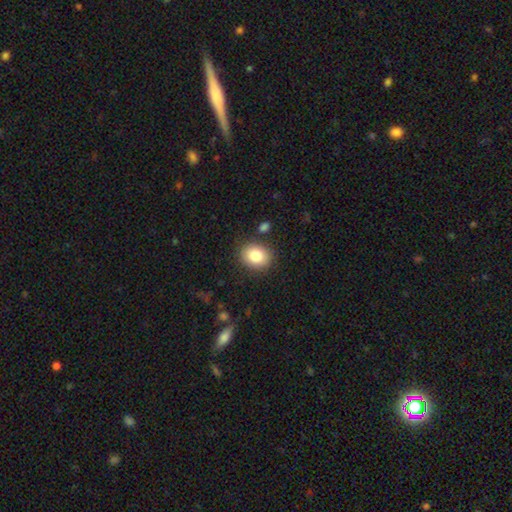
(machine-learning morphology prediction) Smooth or featured: smooth — 83% (star or artifact — 9%)
How rounded: round — 56% (in between — 43%)
Merging: none — 85% (minor disturbance — 9%)